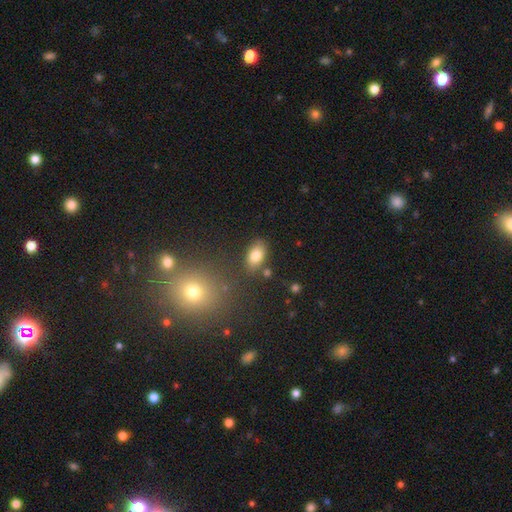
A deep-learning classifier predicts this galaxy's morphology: The model was most divided on "merging": none: 80%, minor disturbance: 12%, merger: 5%, major disturbance: 3%. More confident: how rounded — in between (91%); smooth or featured — smooth (81%).